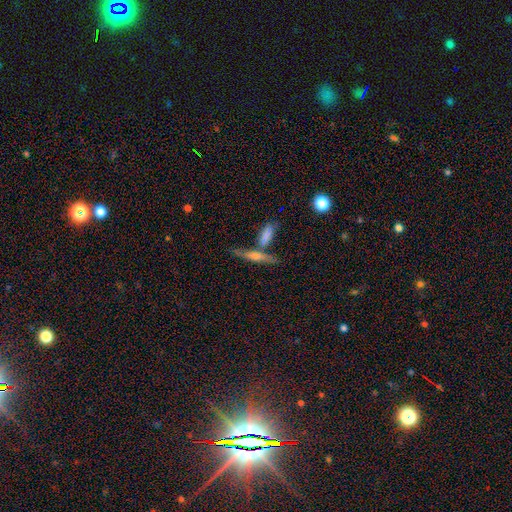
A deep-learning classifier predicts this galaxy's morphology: The model was most divided on "smooth or featured": featured or disk: 55%, smooth: 35%, star or artifact: 10%. More confident: edge-on disk — yes (90%); merging — none (59%).